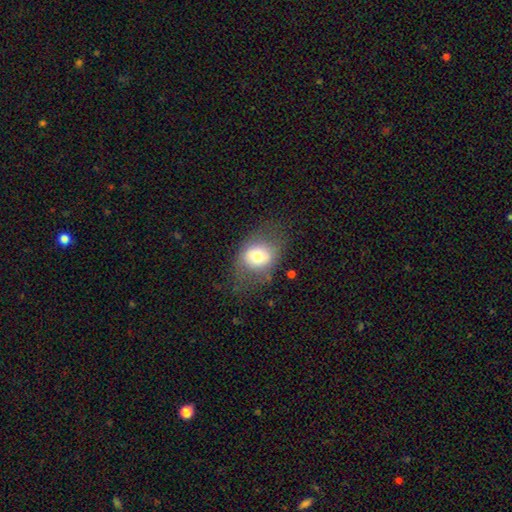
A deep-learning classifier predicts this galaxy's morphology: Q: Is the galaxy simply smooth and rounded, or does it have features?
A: smooth — 65%.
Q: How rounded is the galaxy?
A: in between — 59%.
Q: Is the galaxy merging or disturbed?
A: none — 65%.